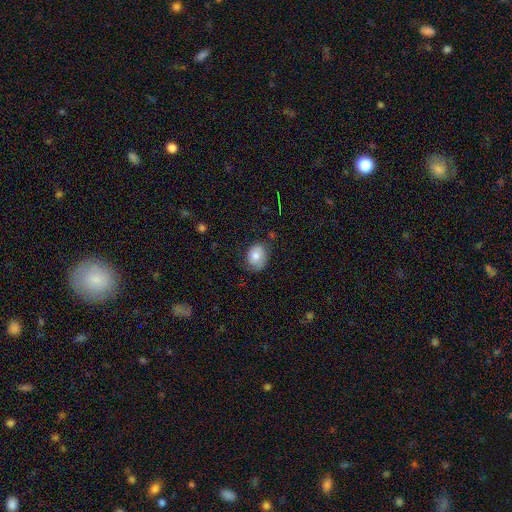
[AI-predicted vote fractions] smooth_or_featured: smooth (p=0.76) [alt: featured or disk p=0.16]
how_rounded: in between (p=0.51) [alt: round p=0.48]
merging: none (p=0.67) [alt: minor disturbance p=0.25]